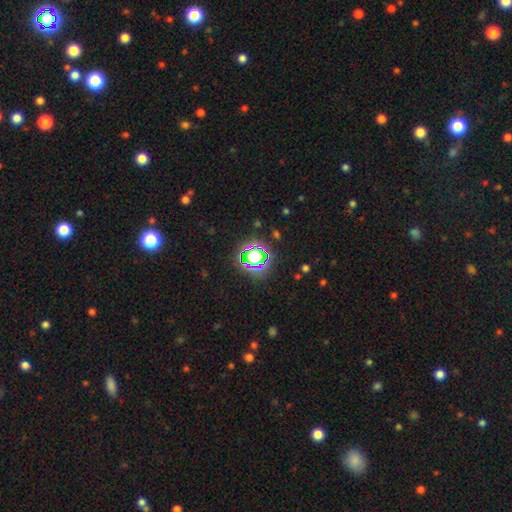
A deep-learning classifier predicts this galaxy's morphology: star or artifact 56%, smooth 32%, featured or disk 12%.